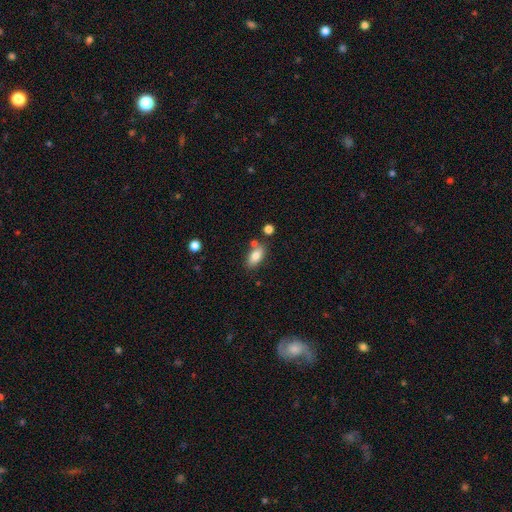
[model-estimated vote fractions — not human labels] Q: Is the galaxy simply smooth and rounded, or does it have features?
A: smooth — 81%.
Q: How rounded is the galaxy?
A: in between — 87%.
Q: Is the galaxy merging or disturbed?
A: none — 72%.